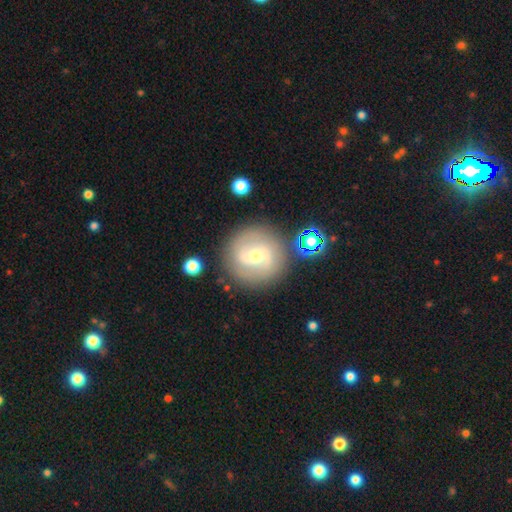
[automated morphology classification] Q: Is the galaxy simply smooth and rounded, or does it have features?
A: featured or disk — 64%.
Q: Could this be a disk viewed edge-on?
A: no — 97%.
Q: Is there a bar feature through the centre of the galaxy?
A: weak — 51%.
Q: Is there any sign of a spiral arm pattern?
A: yes — 83%.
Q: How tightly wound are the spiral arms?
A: medium — 44%.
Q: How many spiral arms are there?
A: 2 — 79%.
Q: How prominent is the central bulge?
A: moderate — 53%.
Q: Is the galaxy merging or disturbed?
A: none — 83%.